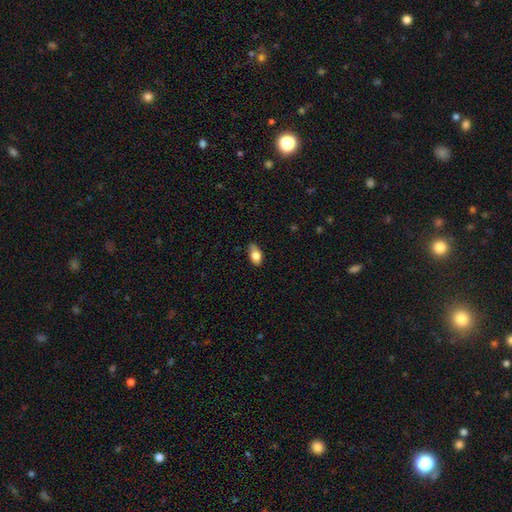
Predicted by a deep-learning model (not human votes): Smooth or featured: smooth — 81% (featured or disk — 12%)
How rounded: in between — 89% (round — 7%)
Merging: none — 70% (minor disturbance — 25%)